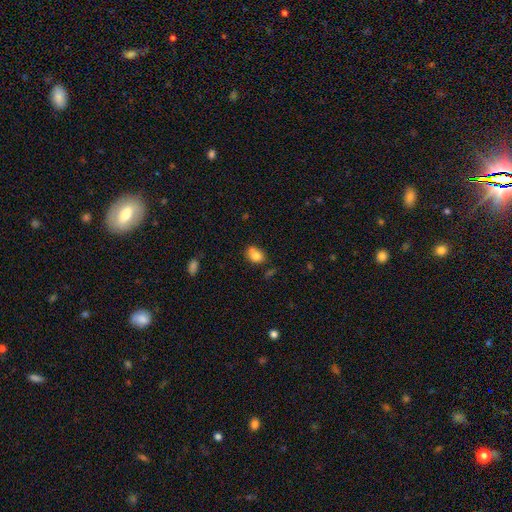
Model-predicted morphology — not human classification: Overall: smooth (76%). How rounded: in between (61%; round 38%). Merging: none (45%; minor disturbance 24%).